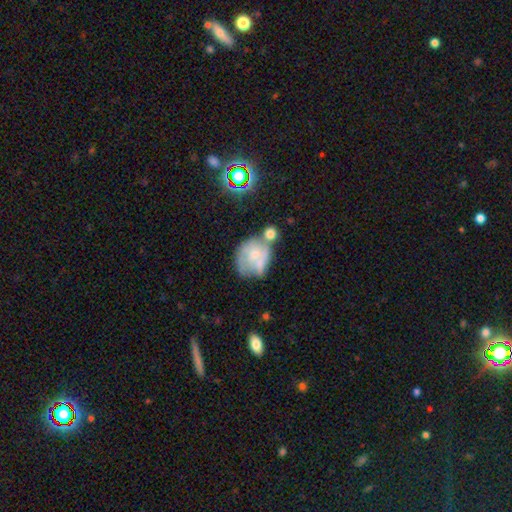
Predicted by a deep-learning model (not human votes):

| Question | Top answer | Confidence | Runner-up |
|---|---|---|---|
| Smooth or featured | featured or disk | 54% | smooth (36%) |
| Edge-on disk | no | 97% | yes (3%) |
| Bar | no | 74% | weak (22%) |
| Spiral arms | yes | 59% | no (41%) |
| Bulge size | small | 50% | moderate (39%) |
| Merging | merger | 34% | none (32%) |